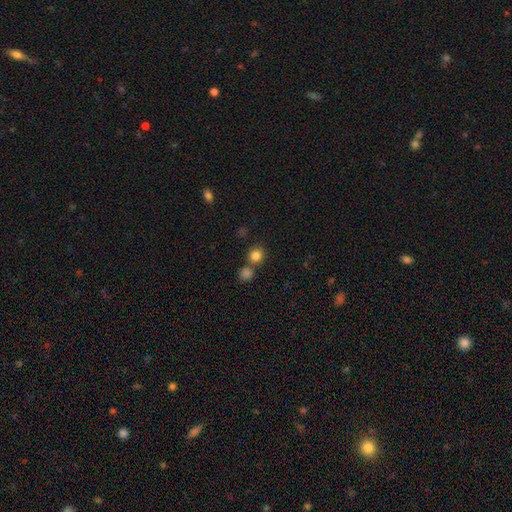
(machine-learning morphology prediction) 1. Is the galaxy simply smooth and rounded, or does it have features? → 83% smooth, 12% star or artifact, 5% featured or disk.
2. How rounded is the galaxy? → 90% round, 9% in between, 1% cigar-shaped.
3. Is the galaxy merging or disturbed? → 67% none, 23% merger, 7% minor disturbance, 3% major disturbance.